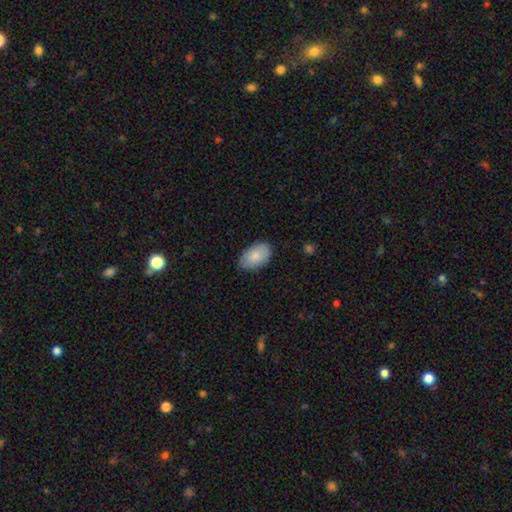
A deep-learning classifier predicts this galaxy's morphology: This appears to be a smooth galaxy with no disk features (84%) that is in between round and cigar-shaped (93%). Merging: none (83%).